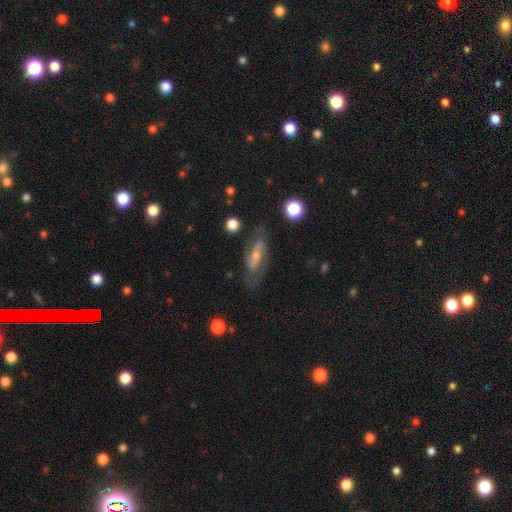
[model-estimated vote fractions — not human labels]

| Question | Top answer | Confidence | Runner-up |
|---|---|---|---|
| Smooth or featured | featured or disk | 69% | smooth (23%) |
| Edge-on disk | no | 82% | yes (18%) |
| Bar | weak | 39% | strong (33%) |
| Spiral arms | yes | 83% | no (17%) |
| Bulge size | small | 50% | moderate (40%) |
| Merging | none | 72% | minor disturbance (18%) |